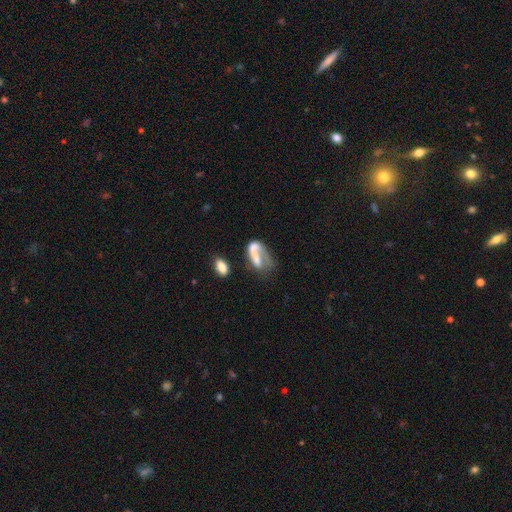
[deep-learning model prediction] Smooth or featured? Predicted: featured or disk (p=0.52). Edge-on disk? Predicted: no (p=0.94). Merging? Predicted: major disturbance (p=0.41).